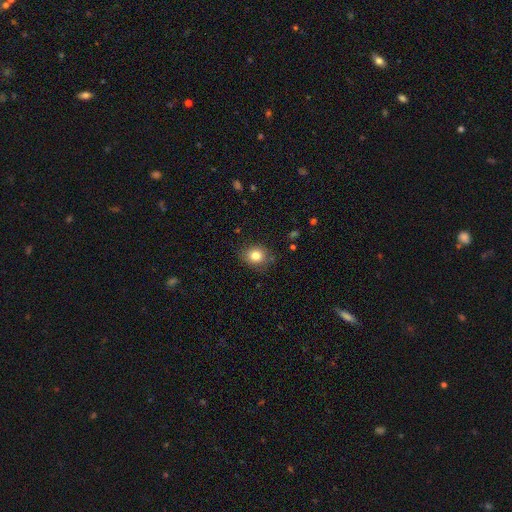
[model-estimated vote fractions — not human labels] A smooth galaxy with no disk features (82%) that is round (67%). Merging: none (84%).